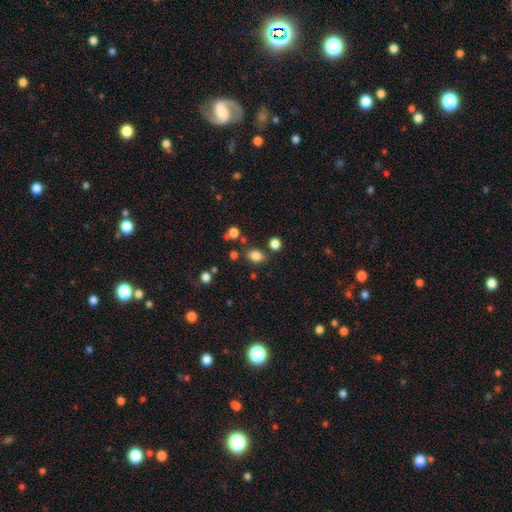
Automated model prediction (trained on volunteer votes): This is clearly a smooth galaxy (82%). How rounded: likely in between (72%). Merging: likely none (78%).